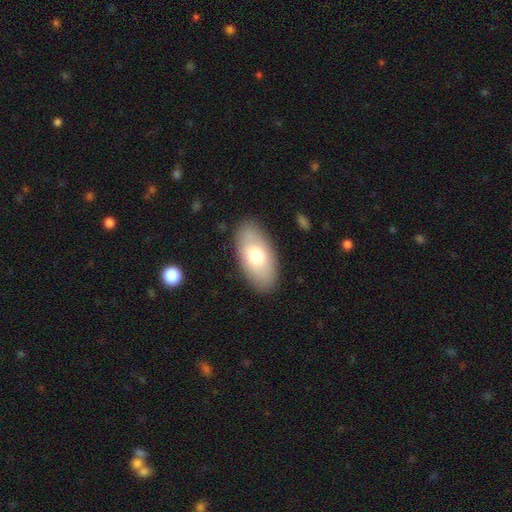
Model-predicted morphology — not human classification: type=smooth (71%); roundness=in between (93%); merging=none (86%).